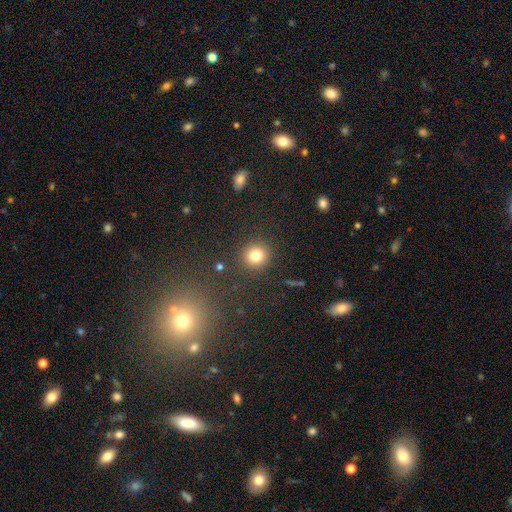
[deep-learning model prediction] Q: Smooth or featured?
A: smooth (81%); runner-up: star or artifact (13%)
Q: How rounded?
A: round (89%); runner-up: in between (9%)
Q: Merging?
A: none (89%); runner-up: minor disturbance (6%)